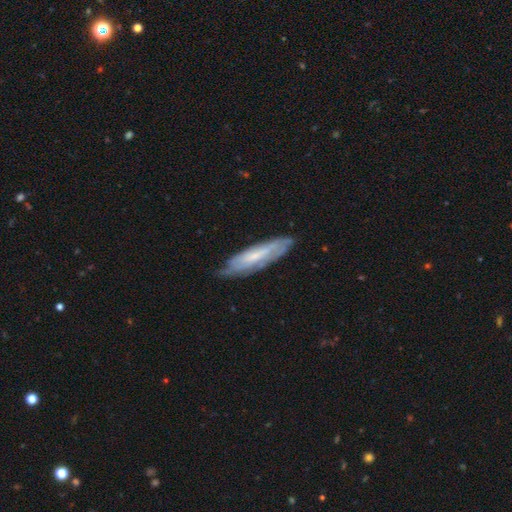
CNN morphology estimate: Smooth or featured?
  - featured or disk: 55% *
  - smooth: 39%
  - star or artifact: 7%
Edge-on disk?
  - no: 57% *
  - yes: 43%
Merging?
  - none: 69% *
  - minor disturbance: 23%
  - major disturbance: 6%
  - merger: 2%